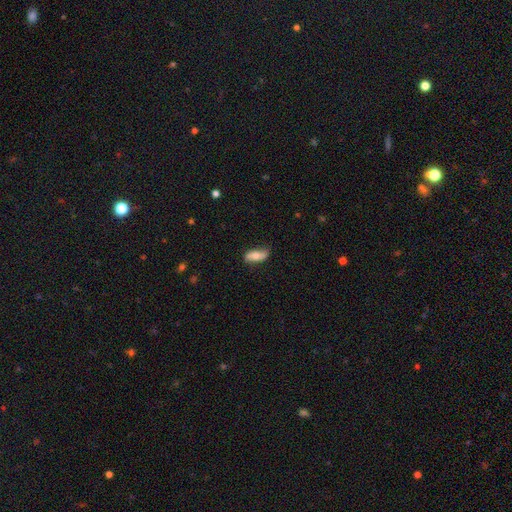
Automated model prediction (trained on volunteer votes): A smooth galaxy with no disk features (61%) that is in between round and cigar-shaped (72%).

Vote fractions:
- Smooth or featured? smooth: 61% / featured or disk: 32% / star or artifact: 7%
- How rounded? in between: 72% / cigar-shaped: 24% / round: 3%
- Merging? none: 72% / minor disturbance: 22% / major disturbance: 4% / merger: 2%